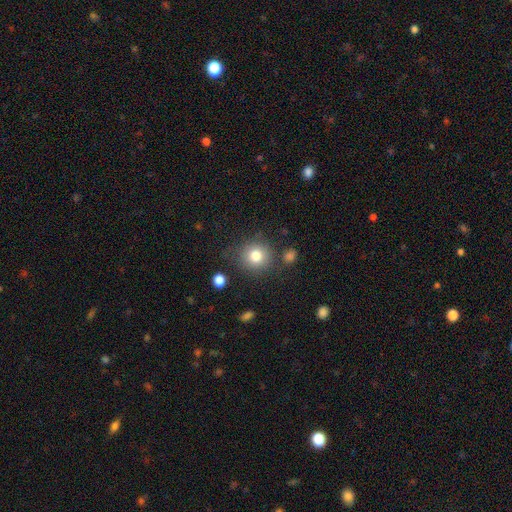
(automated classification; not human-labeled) smooth_or_featured: smooth (p=0.81) [alt: star or artifact p=0.11]
how_rounded: round (p=0.90) [alt: in between p=0.09]
merging: none (p=0.79) [alt: minor disturbance p=0.12]